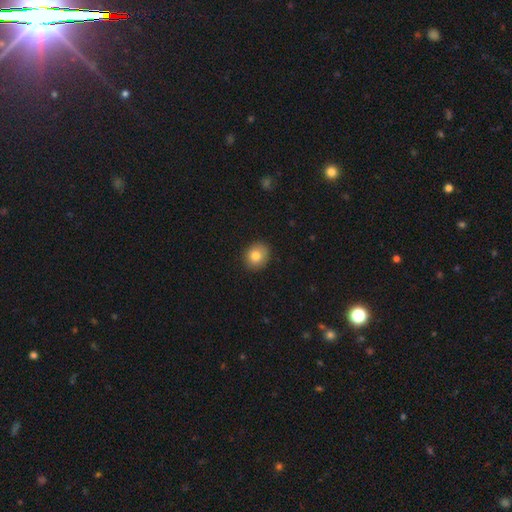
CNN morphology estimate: Smooth or featured: smooth — 81% (star or artifact — 10%)
How rounded: round — 76% (in between — 23%)
Merging: none — 89% (minor disturbance — 8%)